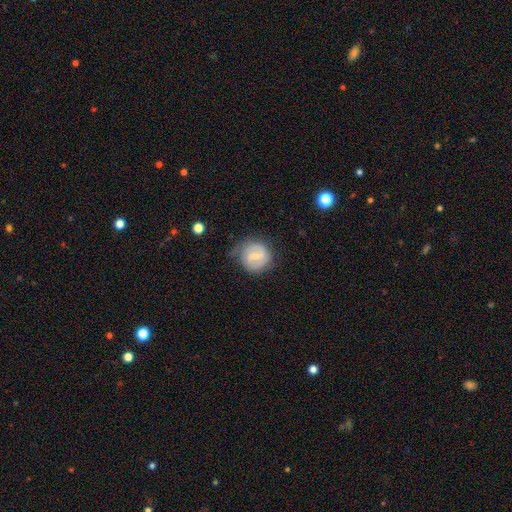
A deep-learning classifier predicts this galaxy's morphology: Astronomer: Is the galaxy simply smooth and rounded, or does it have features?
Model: featured or disk — 58% (runner-up: smooth, 35%).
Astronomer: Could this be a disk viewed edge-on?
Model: no — 97%.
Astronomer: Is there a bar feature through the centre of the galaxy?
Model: weak — 59%.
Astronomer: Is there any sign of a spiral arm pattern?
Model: yes — 79%.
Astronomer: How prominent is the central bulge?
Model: small — 56%.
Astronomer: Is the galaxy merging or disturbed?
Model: none — 60%.